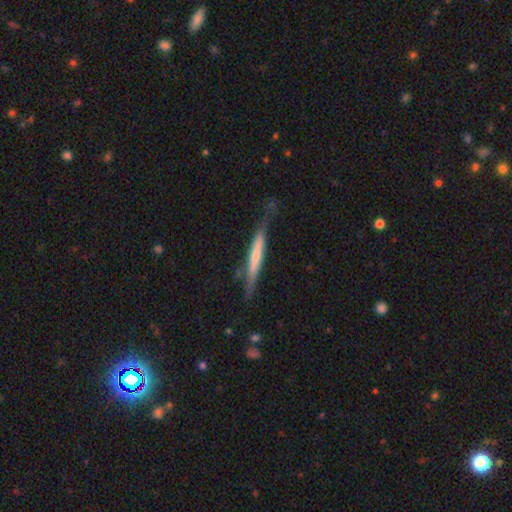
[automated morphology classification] Smooth or featured?
  - featured or disk: 49% *
  - smooth: 45%
  - star or artifact: 5%
Merging?
  - none: 64% *
  - minor disturbance: 25%
  - major disturbance: 7%
  - merger: 4%